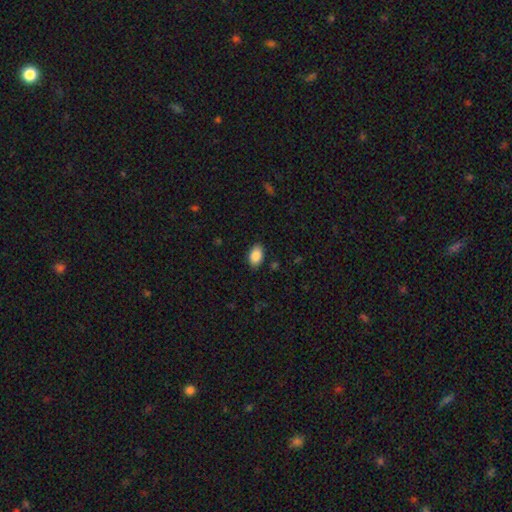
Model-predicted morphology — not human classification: Smooth or featured?
  - smooth: 88% *
  - star or artifact: 7%
  - featured or disk: 4%
How rounded?
  - in between: 90% *
  - round: 9%
  - cigar-shaped: 1%
Merging?
  - none: 87% *
  - minor disturbance: 10%
  - major disturbance: 2%
  - merger: 1%